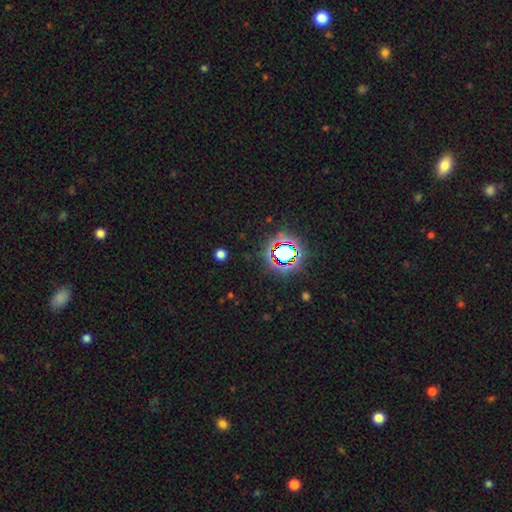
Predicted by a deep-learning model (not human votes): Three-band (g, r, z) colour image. It shows a star or artifact, not a galaxy (79%).